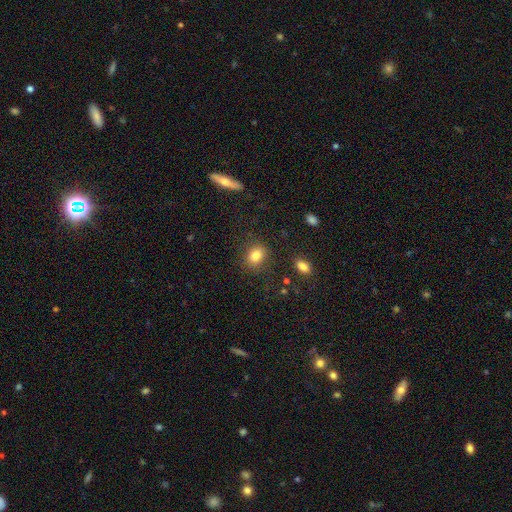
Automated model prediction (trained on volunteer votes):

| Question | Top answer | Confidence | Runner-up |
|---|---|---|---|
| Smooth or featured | smooth | 82% | star or artifact (10%) |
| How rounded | in between | 54% | round (44%) |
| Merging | none | 85% | minor disturbance (10%) |